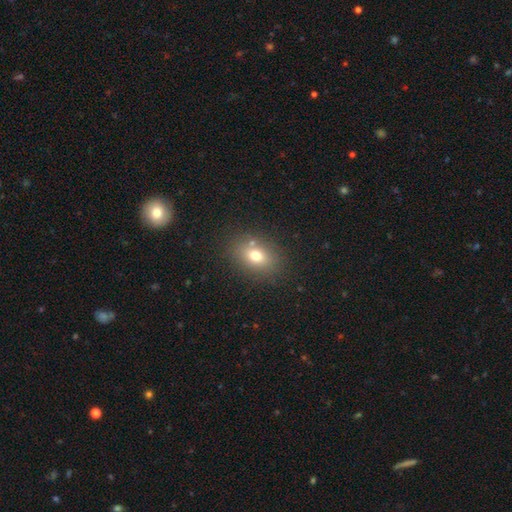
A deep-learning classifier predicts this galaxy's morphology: type=smooth (73%); roundness=in between (66%); merging=none (80%).